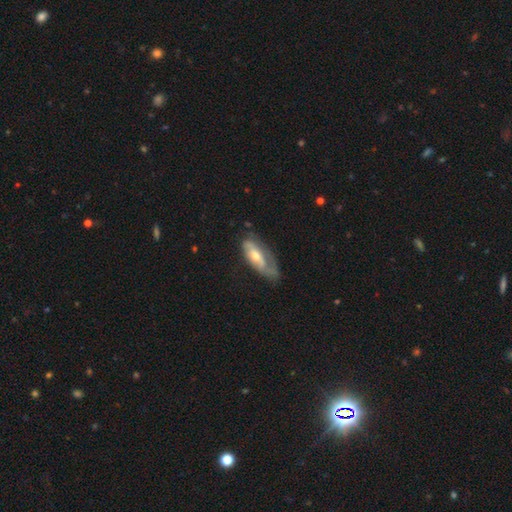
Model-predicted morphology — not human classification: smooth_or_featured: featured or disk (p=0.62) [alt: smooth p=0.31]
disk_edge_on: no (p=0.80) [alt: yes p=0.20]
merging: none (p=0.54) [alt: minor disturbance p=0.27]